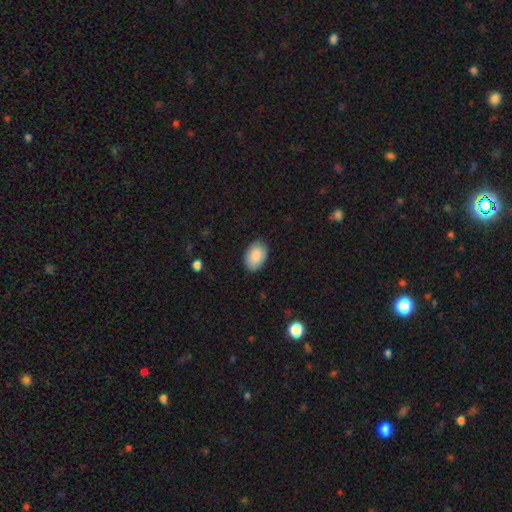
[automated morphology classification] smooth_or_featured: smooth (p=0.89) [alt: star or artifact p=0.06]
how_rounded: in between (p=0.87) [alt: round p=0.12]
merging: none (p=0.85) [alt: minor disturbance p=0.12]